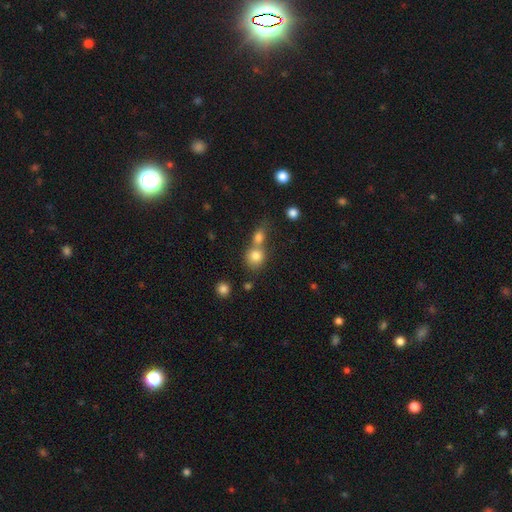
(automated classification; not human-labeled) Morphology: type=smooth (80%); roundness=round (79%); merging=merger (50%).